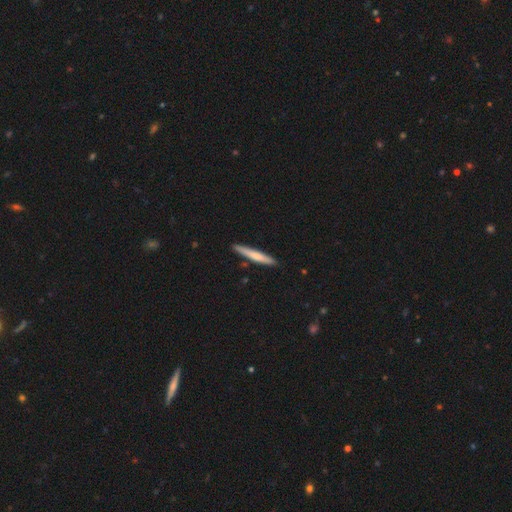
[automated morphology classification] A smooth galaxy with no disk features (66%) that is cigar-shaped (95%). Merging: none (87%).